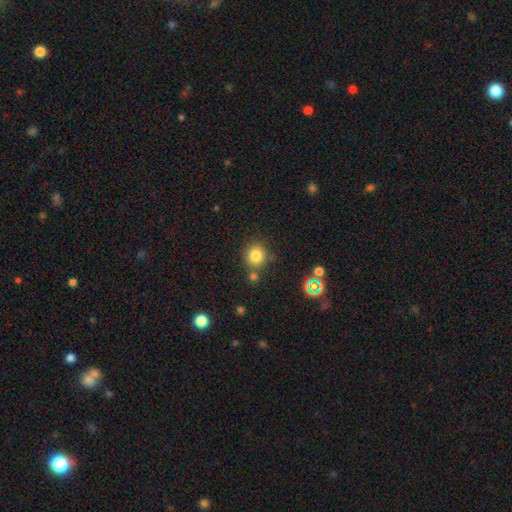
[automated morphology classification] Q: Smooth or featured?
A: smooth (80%); runner-up: star or artifact (13%)
Q: How rounded?
A: round (86%); runner-up: in between (13%)
Q: Merging?
A: none (72%); runner-up: merger (13%)